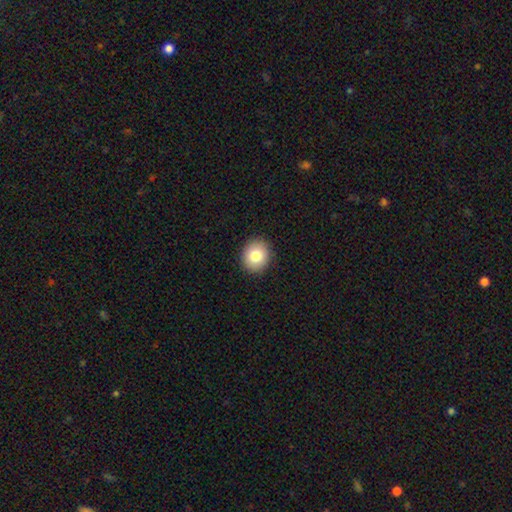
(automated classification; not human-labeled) Smooth or featured? Predicted: smooth (p=0.81). How rounded? Predicted: round (p=0.75). Merging? Predicted: none (p=0.91).